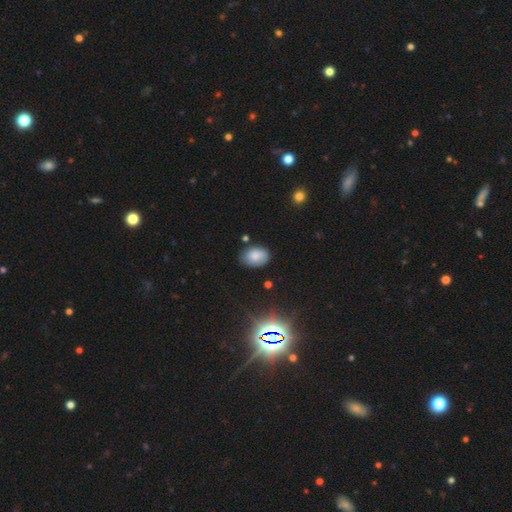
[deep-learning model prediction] smooth_or_featured: smooth (p=0.77) [alt: featured or disk p=0.12]
how_rounded: in between (p=0.81) [alt: round p=0.18]
merging: none (p=0.73) [alt: minor disturbance p=0.21]